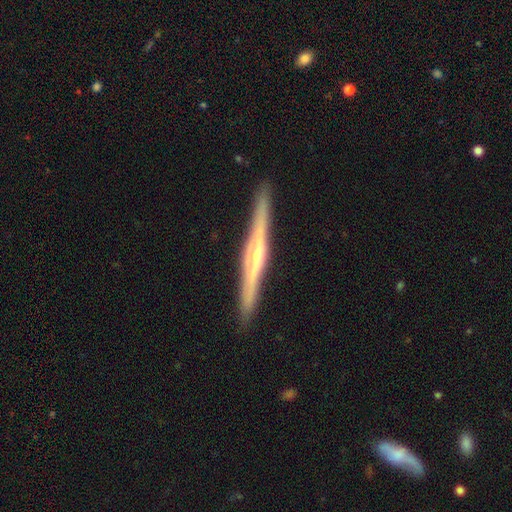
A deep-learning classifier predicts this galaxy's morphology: Overall: featured or disk (79%). Edge-on disk: yes (98%). Edge-on bulge: rounded (74%). Merging: none (92%).